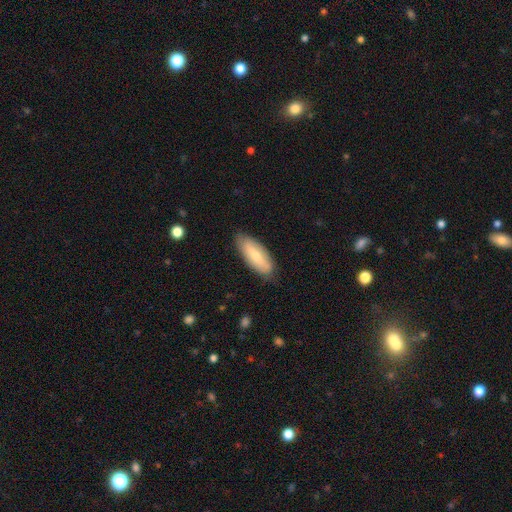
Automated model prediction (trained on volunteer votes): smooth_or_featured: smooth (p=0.68) [alt: featured or disk p=0.26]
how_rounded: in between (p=0.71) [alt: cigar-shaped p=0.27]
merging: none (p=0.83) [alt: minor disturbance p=0.14]